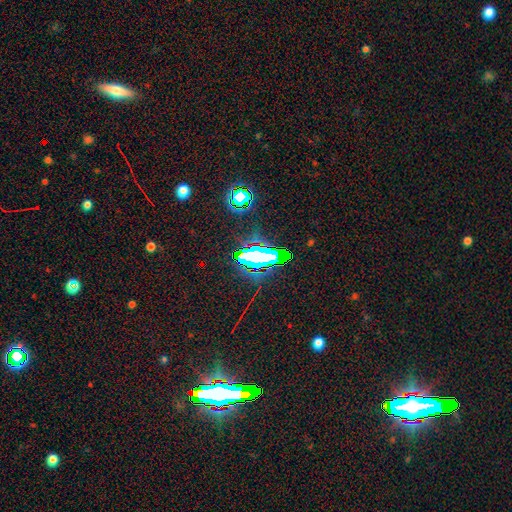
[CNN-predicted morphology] The model was most divided on "smooth or featured": star or artifact: 63%, smooth: 23%, featured or disk: 14%.